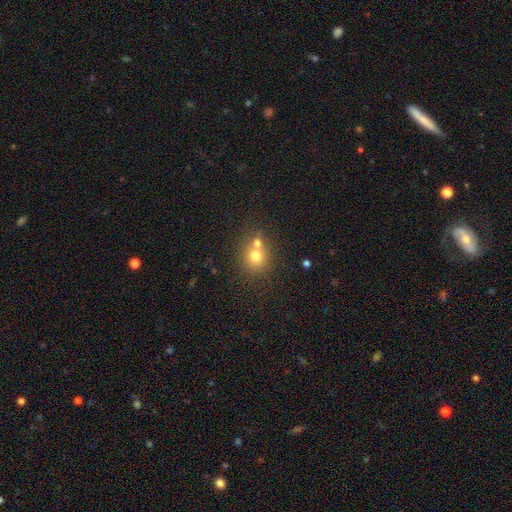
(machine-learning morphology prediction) Smooth or featured: smooth — 72% (featured or disk — 14%)
How rounded: round — 79% (in between — 20%)
Merging: none — 47% (merger — 41%)